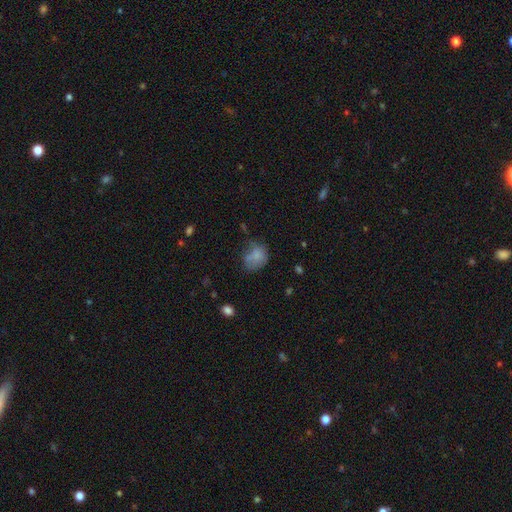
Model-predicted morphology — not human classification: type=smooth (72%); roundness=round (51%); merging=none (41%).